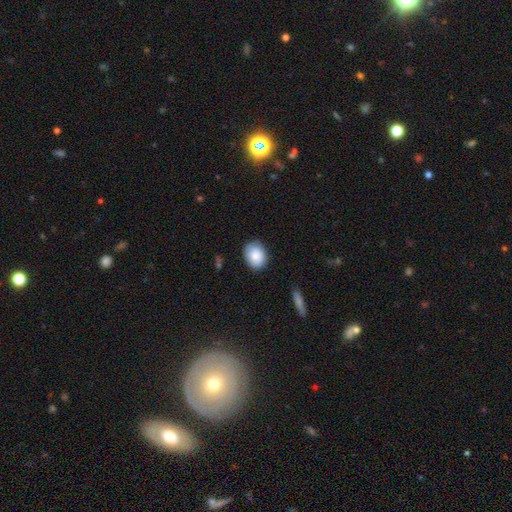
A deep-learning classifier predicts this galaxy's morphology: Overall: smooth (84%). How rounded: in between (60%; round 39%). Merging: none (82%).